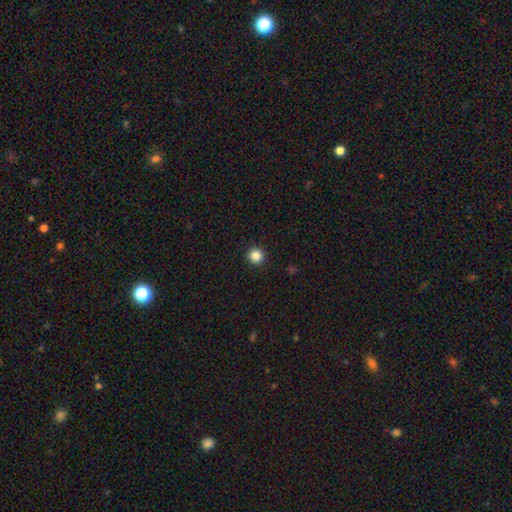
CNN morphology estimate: A smooth galaxy with no disk features (86%) that is round (96%).

Vote fractions:
- Smooth or featured? smooth: 86% / star or artifact: 11% / featured or disk: 3%
- How rounded? round: 96% / in between: 3% / cigar-shaped: 1%
- Merging? none: 93% / minor disturbance: 4% / major disturbance: 2% / merger: 1%